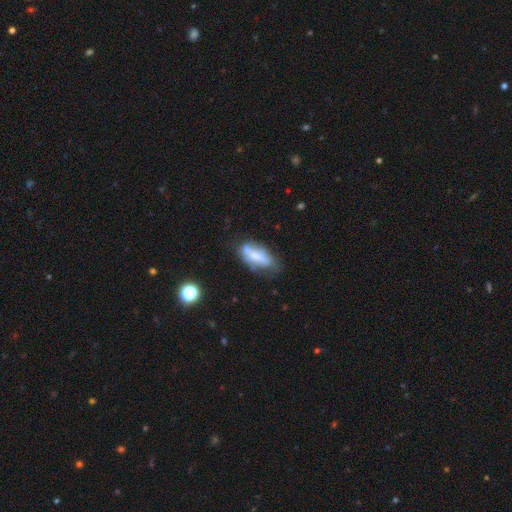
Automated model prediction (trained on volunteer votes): smooth-or-featured: smooth: 50% | featured or disk: 42% | star or artifact: 8%
  how-rounded: in between: 76% | cigar-shaped: 22% | round: 3%
  merging: none: 52% | minor disturbance: 31% | major disturbance: 12% | merger: 5%